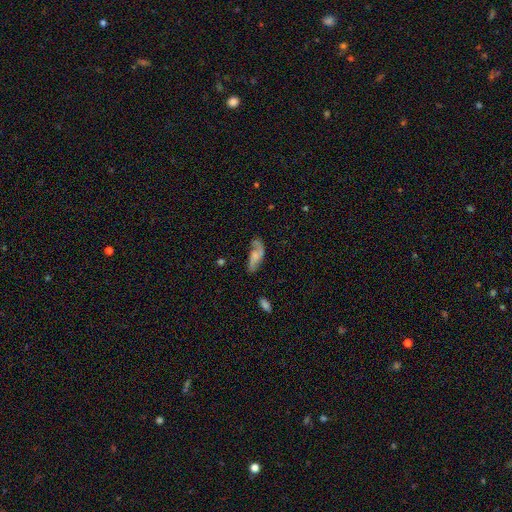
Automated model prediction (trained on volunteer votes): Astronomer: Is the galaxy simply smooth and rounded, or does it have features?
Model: featured or disk — 49% (runner-up: smooth, 43%).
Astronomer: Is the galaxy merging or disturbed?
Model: none — 43% (runner-up: minor disturbance, 26%).